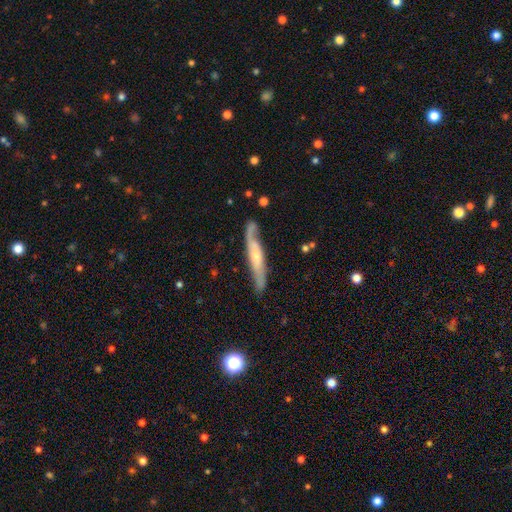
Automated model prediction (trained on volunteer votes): This appears to be a featured or disk galaxy (68%) viewed edge-on (63%). Merging: none (73%).